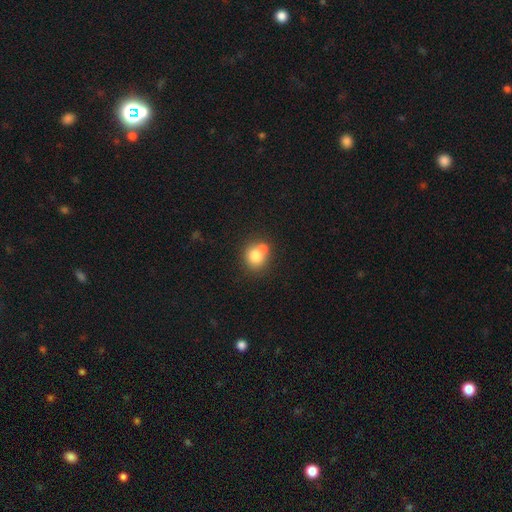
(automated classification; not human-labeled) smooth-or-featured: smooth: 76% | featured or disk: 13% | star or artifact: 10%
  how-rounded: round: 79% | in between: 20% | cigar-shaped: 1%
  merging: none: 46% | merger: 42% | minor disturbance: 9% | major disturbance: 3%